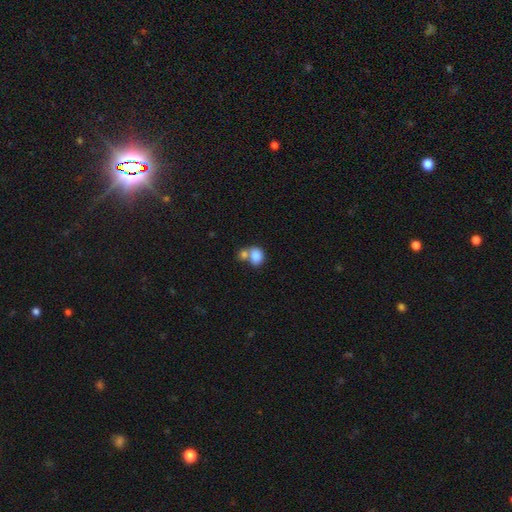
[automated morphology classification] type=smooth (84%); roundness=round (50%); merging=merger (54%).